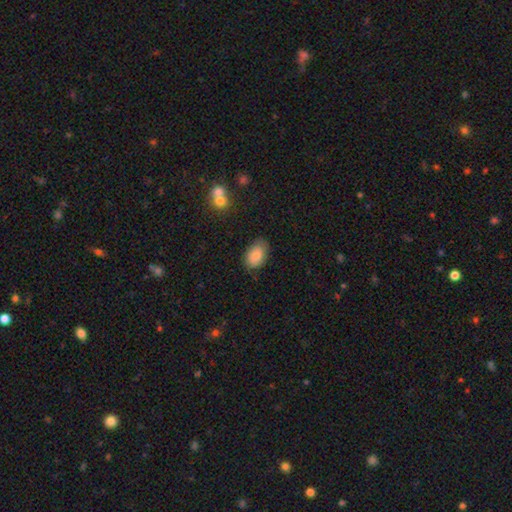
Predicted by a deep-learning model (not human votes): Smooth or featured?
  - smooth: 80% *
  - featured or disk: 12%
  - star or artifact: 8%
How rounded?
  - in between: 87% *
  - round: 12%
  - cigar-shaped: 1%
Merging?
  - none: 73% *
  - minor disturbance: 21%
  - major disturbance: 4%
  - merger: 2%